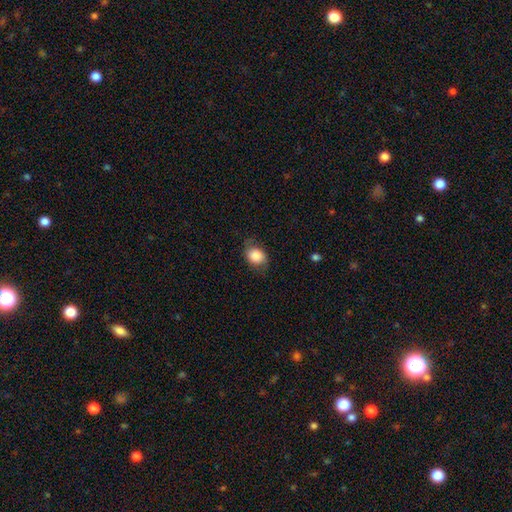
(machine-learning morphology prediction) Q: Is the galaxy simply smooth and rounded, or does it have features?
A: smooth — 83%.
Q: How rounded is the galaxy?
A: in between — 60%.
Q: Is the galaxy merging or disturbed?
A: none — 70%.